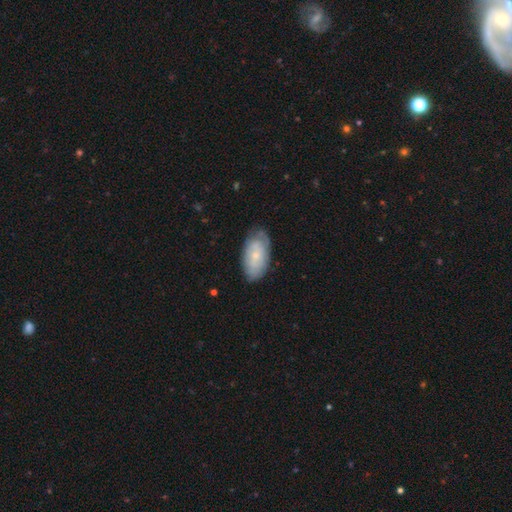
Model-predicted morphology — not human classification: The model was most divided on "smooth or featured": smooth: 51%, featured or disk: 43%, star or artifact: 6%. More confident: how rounded — in between (93%); merging — none (73%).